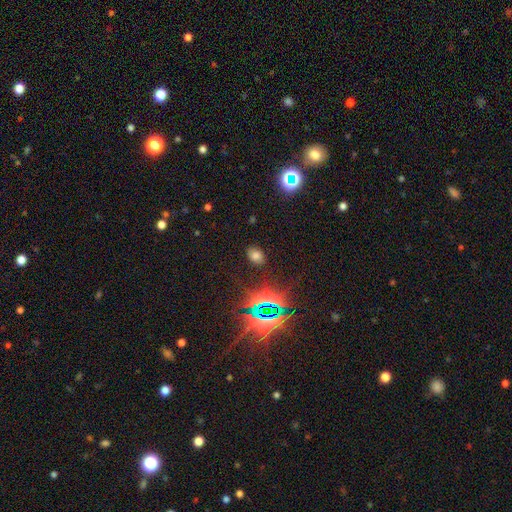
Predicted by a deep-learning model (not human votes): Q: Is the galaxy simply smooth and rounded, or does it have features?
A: smooth — 64%.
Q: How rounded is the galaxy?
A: in between — 70%.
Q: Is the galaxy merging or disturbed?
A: none — 84%.